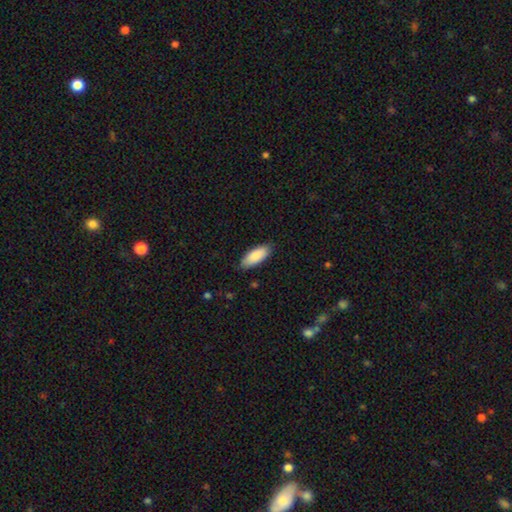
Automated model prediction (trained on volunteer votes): smooth_or_featured: smooth (p=0.88) [alt: featured or disk p=0.06]
how_rounded: in between (p=0.82) [alt: cigar-shaped p=0.16]
merging: none (p=0.84) [alt: minor disturbance p=0.13]